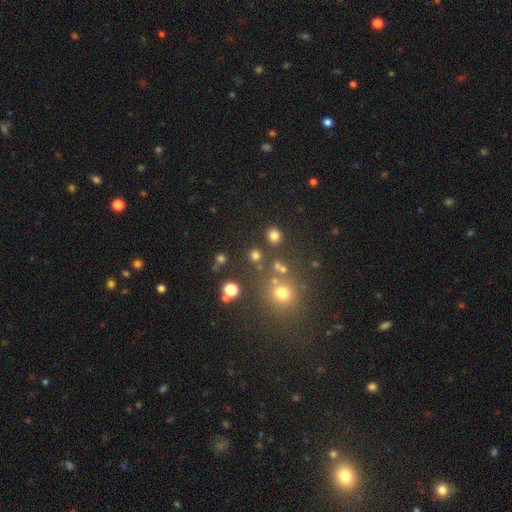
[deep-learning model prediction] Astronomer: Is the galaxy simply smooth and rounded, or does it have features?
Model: smooth — 74%.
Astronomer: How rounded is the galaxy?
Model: round — 88%.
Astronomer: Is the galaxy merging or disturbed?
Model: none — 81%.